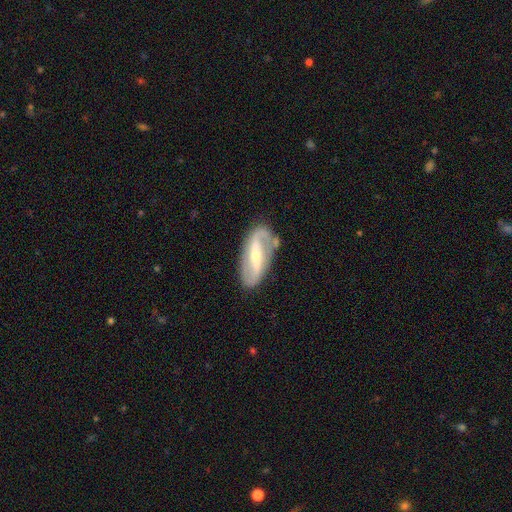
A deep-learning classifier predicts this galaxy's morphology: The model was most divided on "bulge size": small: 50%, moderate: 44%, large: 3%, none: 2%, dominant: 1%. More confident: edge-on disk — no (93%); spiral arms — yes (91%); spiral arm count — 2 (89%); smooth or featured — featured or disk (84%); merging — none (77%); bar — strong (56%); spiral winding — loose (54%).